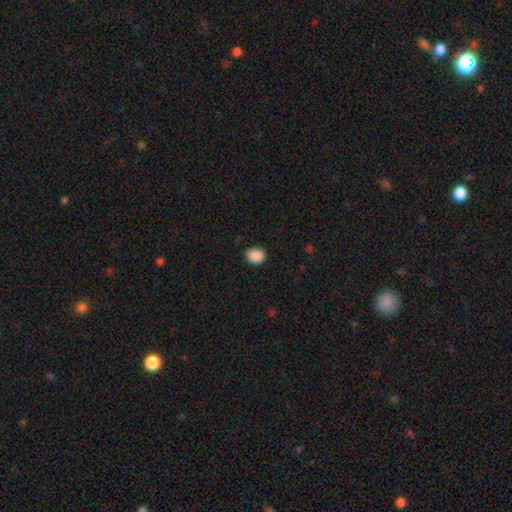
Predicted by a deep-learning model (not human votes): This is clearly a smooth galaxy (89%). How rounded: possibly in between (51%). Merging: clearly none (85%).